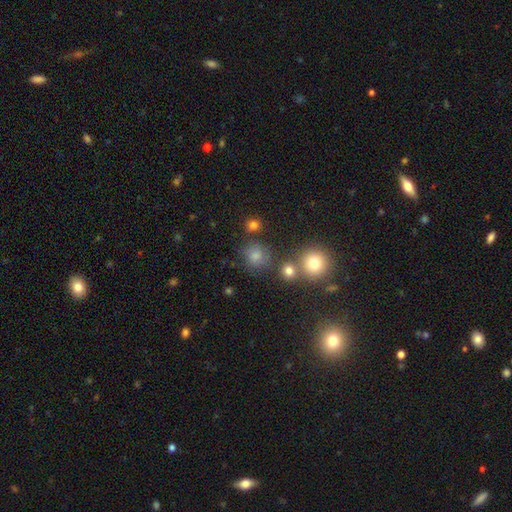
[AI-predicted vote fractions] Smooth or featured: smooth — 76% (star or artifact — 15%)
How rounded: round — 83% (in between — 16%)
Merging: none — 68% (minor disturbance — 15%)